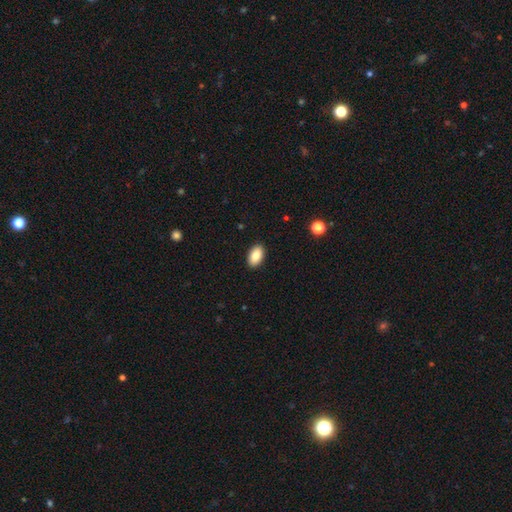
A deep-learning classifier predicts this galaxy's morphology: Smooth or featured: smooth — 85% (featured or disk — 7%)
How rounded: in between — 93% (round — 5%)
Merging: none — 90% (minor disturbance — 7%)